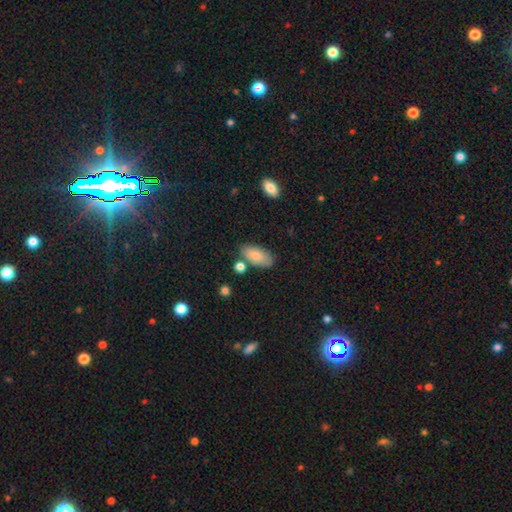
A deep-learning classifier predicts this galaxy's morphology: Smooth or featured? Predicted: smooth (p=0.83). How rounded? Predicted: in between (p=0.92). Merging? Predicted: none (p=0.73).